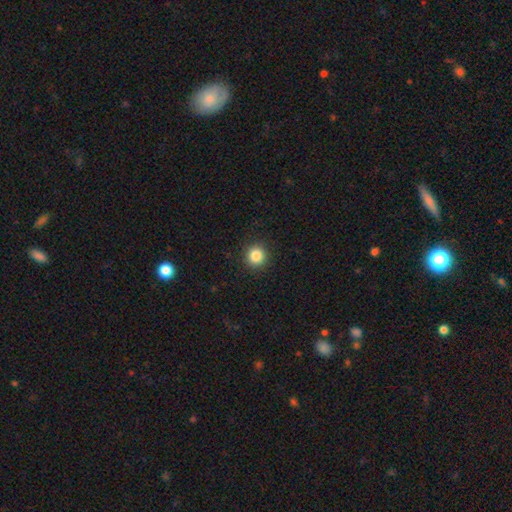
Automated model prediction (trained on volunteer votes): A smooth galaxy with no disk features (85%) that is round (94%).

Vote fractions:
- Smooth or featured? smooth: 85% / star or artifact: 11% / featured or disk: 4%
- How rounded? round: 94% / in between: 5% / cigar-shaped: 1%
- Merging? none: 92% / minor disturbance: 5% / major disturbance: 2% / merger: 1%